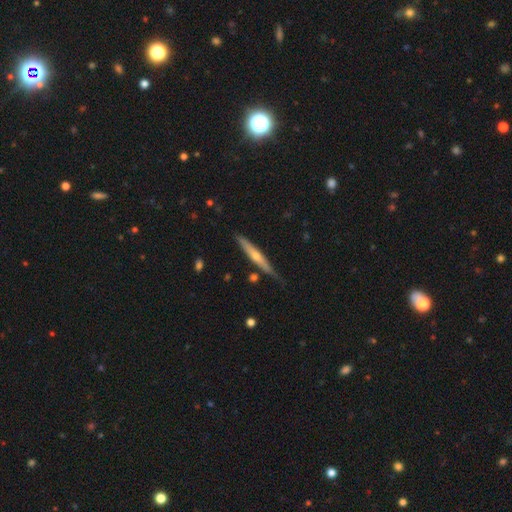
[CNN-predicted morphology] Smooth or featured? Predicted: featured or disk (p=0.67). Edge-on disk? Predicted: yes (p=0.96). Edge-on bulge? Predicted: rounded (p=0.80). Merging? Predicted: none (p=0.82).